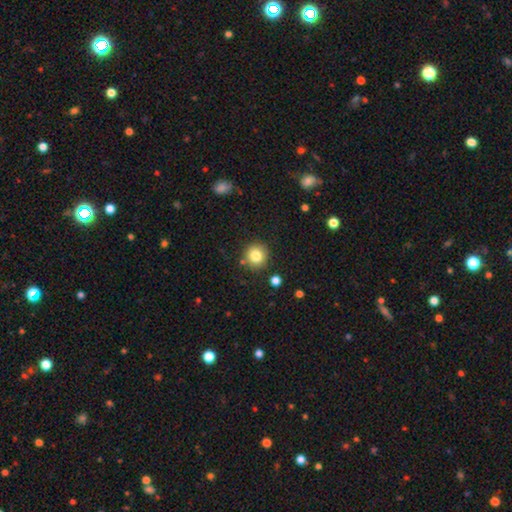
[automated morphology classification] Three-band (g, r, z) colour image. It shows a smooth galaxy with no disk features (82%) that is round (92%). Merging: none (86%).